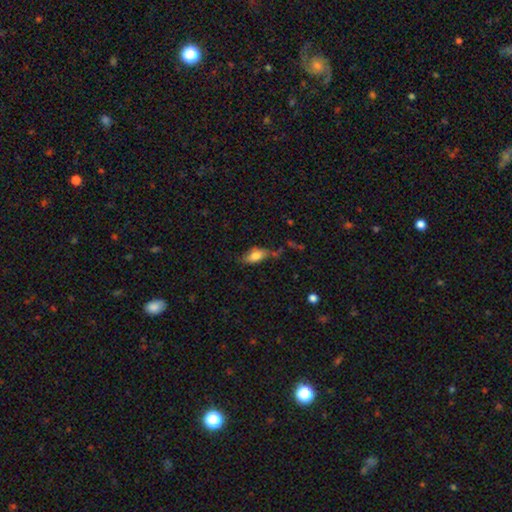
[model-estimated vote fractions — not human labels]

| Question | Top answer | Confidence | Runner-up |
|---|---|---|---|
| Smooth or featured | smooth | 76% | featured or disk (16%) |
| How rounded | in between | 85% | cigar-shaped (10%) |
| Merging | none | 58% | minor disturbance (26%) |